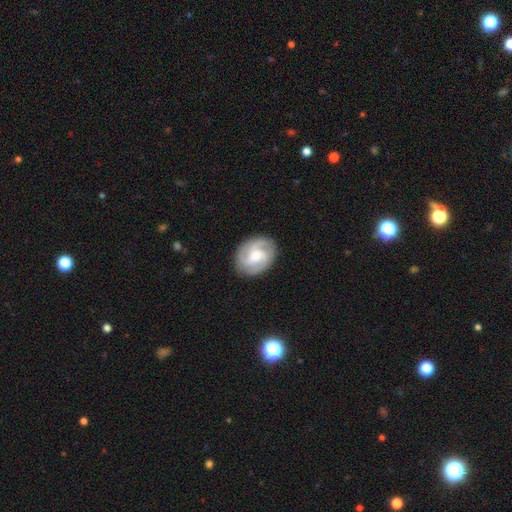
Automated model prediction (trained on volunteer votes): smooth-or-featured: featured or disk: 79% | smooth: 16% | star or artifact: 5%
  disk-edge-on: no: 98% | yes: 2%
    bar: weak: 47% | no: 41% | strong: 12%
    has-spiral-arms: yes: 96% | no: 4%
      spiral-winding: medium: 45% | tight: 41% | loose: 14%
      spiral-arm-count: 3: 48% | 2: 27% | can't tell: 11% | 4: 6% | 1: 4% | more than 4: 3%
    bulge-size: moderate: 54% | small: 33% | large: 8% | none: 3% | dominant: 1%
  merging: none: 84% | minor disturbance: 11% | major disturbance: 3% | merger: 1%